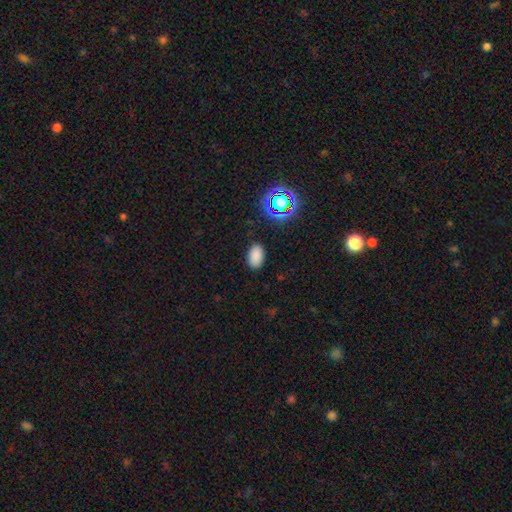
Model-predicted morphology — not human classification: type=smooth (82%); roundness=in between (91%); merging=none (87%).